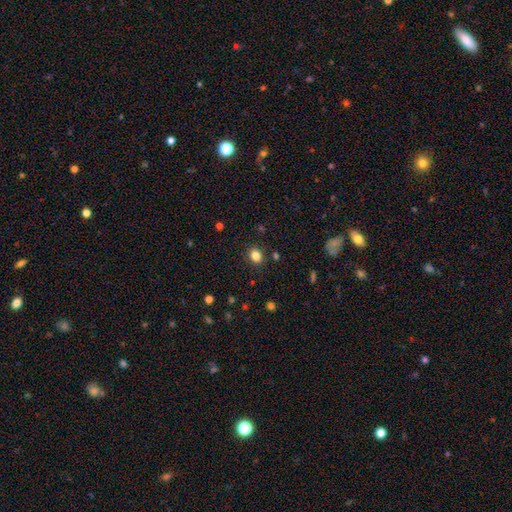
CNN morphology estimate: Smooth or featured?
  - smooth: 84% *
  - star or artifact: 12%
  - featured or disk: 5%
How rounded?
  - round: 51% *
  - in between: 48%
  - cigar-shaped: 1%
Merging?
  - none: 87% *
  - minor disturbance: 9%
  - major disturbance: 3%
  - merger: 2%